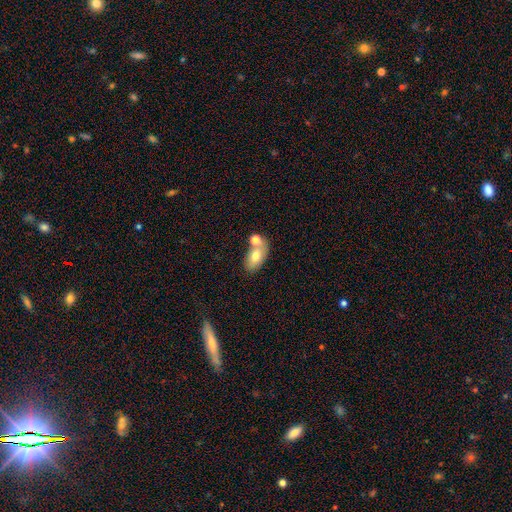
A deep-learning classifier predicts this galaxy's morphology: Smooth or featured? Predicted: smooth (p=0.71). How rounded? Predicted: in between (p=0.90). Merging? Predicted: none (p=0.48).